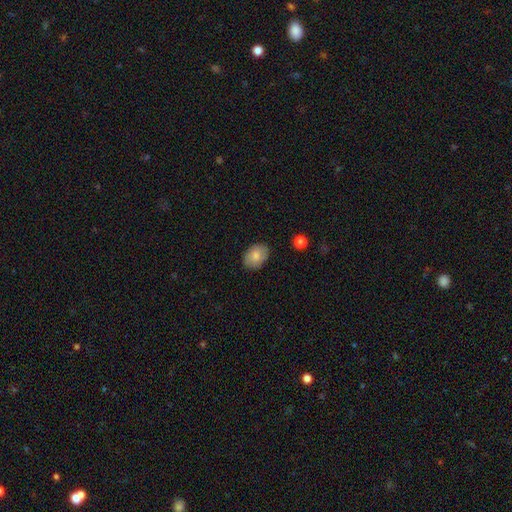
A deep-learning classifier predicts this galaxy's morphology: type=smooth (77%); roundness=in between (74%); merging=none (84%).